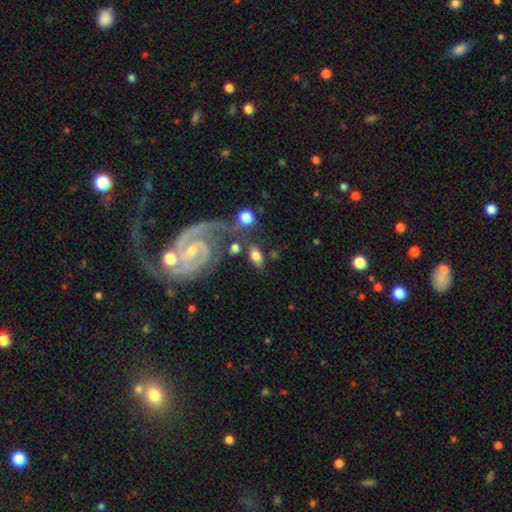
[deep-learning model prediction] Smooth or featured?
  - smooth: 58% *
  - featured or disk: 34%
  - star or artifact: 8%
How rounded?
  - in between: 86% *
  - round: 10%
  - cigar-shaped: 4%
Merging?
  - none: 62% *
  - minor disturbance: 17%
  - merger: 12%
  - major disturbance: 9%